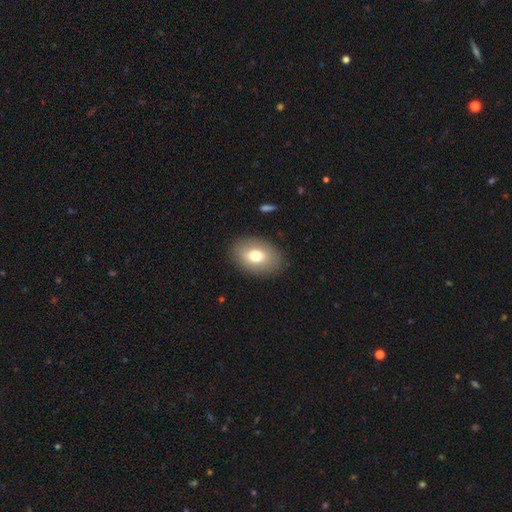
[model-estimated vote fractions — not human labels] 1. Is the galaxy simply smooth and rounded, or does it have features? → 73% smooth, 18% featured or disk, 9% star or artifact.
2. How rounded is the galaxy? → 82% in between, 17% round, 1% cigar-shaped.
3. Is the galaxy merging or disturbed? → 87% none, 9% minor disturbance, 3% major disturbance, 1% merger.